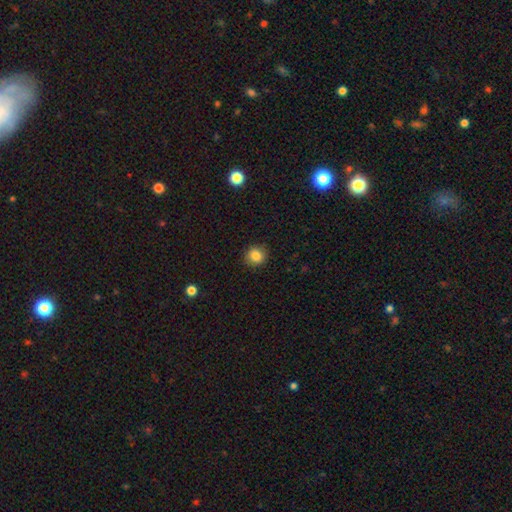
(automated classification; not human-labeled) smooth_or_featured: smooth (p=0.85) [alt: star or artifact p=0.10]
how_rounded: round (p=0.85) [alt: in between p=0.14]
merging: none (p=0.89) [alt: minor disturbance p=0.08]